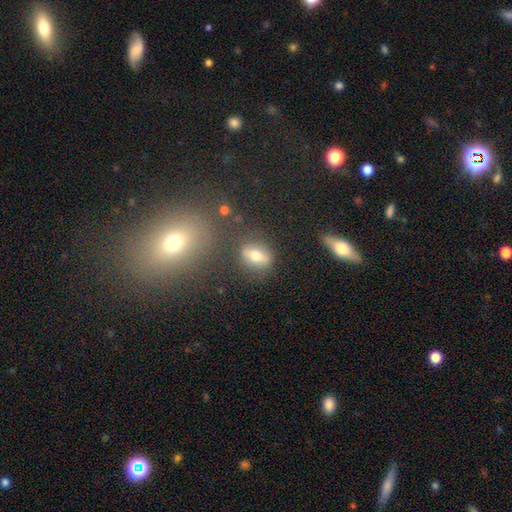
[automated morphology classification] Q: Smooth or featured?
A: smooth (61%); runner-up: featured or disk (27%)
Q: How rounded?
A: in between (59%); runner-up: round (35%)
Q: Merging?
A: none (77%); runner-up: minor disturbance (13%)